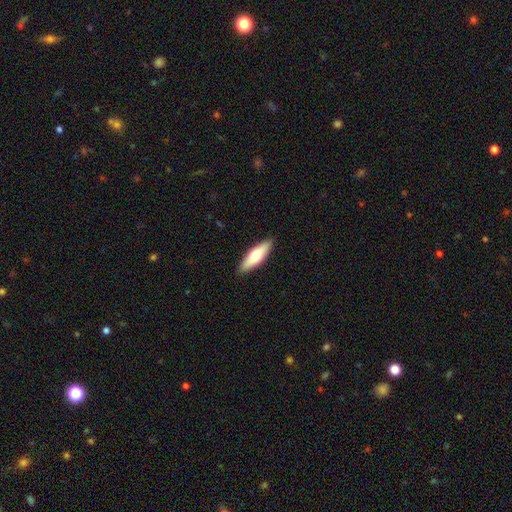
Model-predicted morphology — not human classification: This appears to be a smooth galaxy with no disk features (61%) that is cigar-shaped (54%). Merging: none (89%).